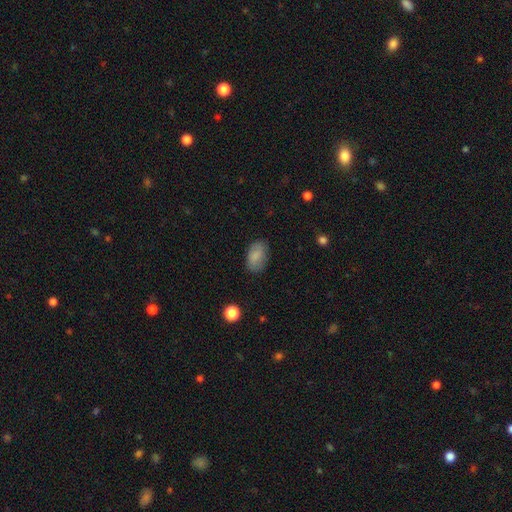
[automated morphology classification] The model was most divided on "merging": none: 80%, minor disturbance: 15%, major disturbance: 4%, merger: 1%. More confident: how rounded — in between (91%); smooth or featured — smooth (85%).